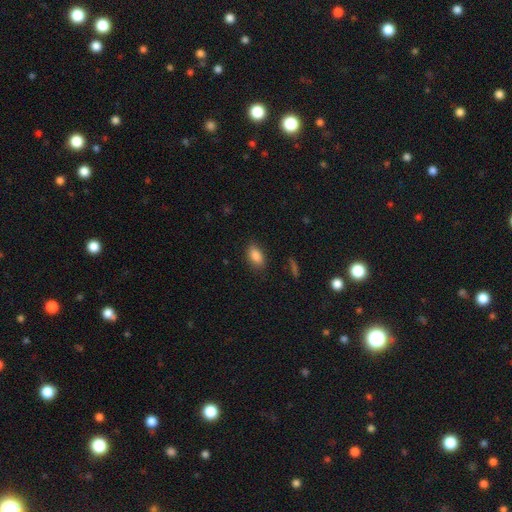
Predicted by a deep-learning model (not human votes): Smooth or featured? Predicted: smooth (p=0.86). How rounded? Predicted: in between (p=0.89). Merging? Predicted: none (p=0.83).